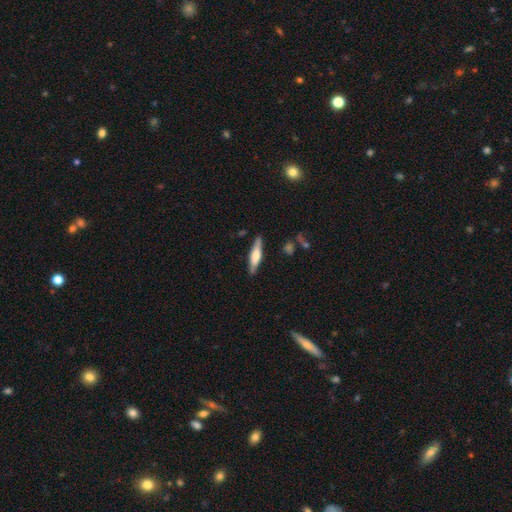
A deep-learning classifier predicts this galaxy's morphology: This is possibly a smooth galaxy (49%). Merging: clearly none (86%).